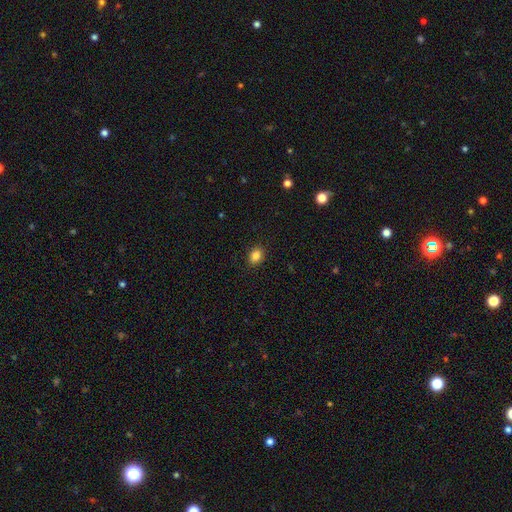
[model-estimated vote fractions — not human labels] The model was most divided on "how rounded": in between: 63%, round: 36%, cigar-shaped: 1%. More confident: merging — none (89%); smooth or featured — smooth (84%).